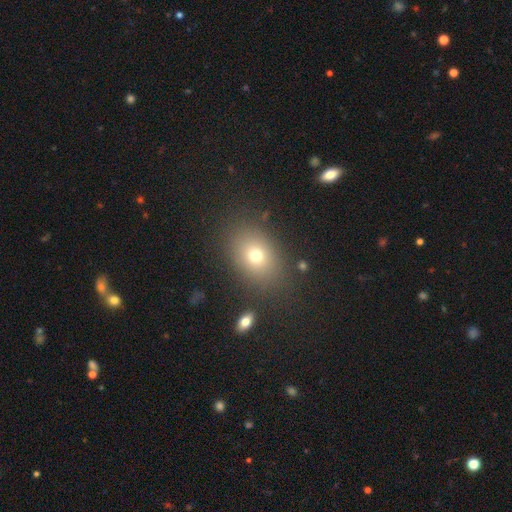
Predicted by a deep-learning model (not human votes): This is likely a smooth galaxy (72%). How rounded: likely in between (63%). Merging: clearly none (82%).